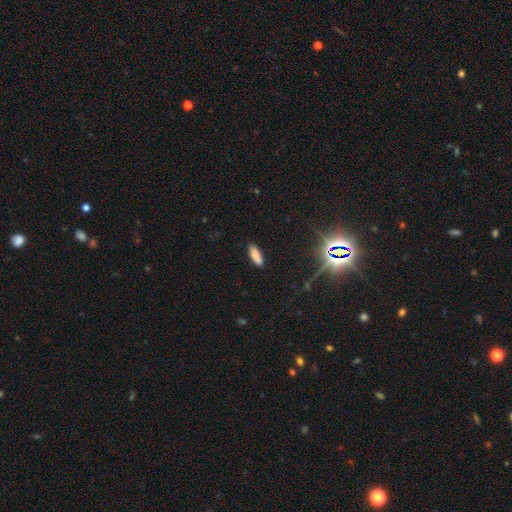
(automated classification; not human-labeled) smooth-or-featured: smooth: 82% | star or artifact: 10% | featured or disk: 8%
  how-rounded: in between: 62% | cigar-shaped: 36% | round: 2%
  merging: none: 84% | minor disturbance: 12% | merger: 2% | major disturbance: 2%